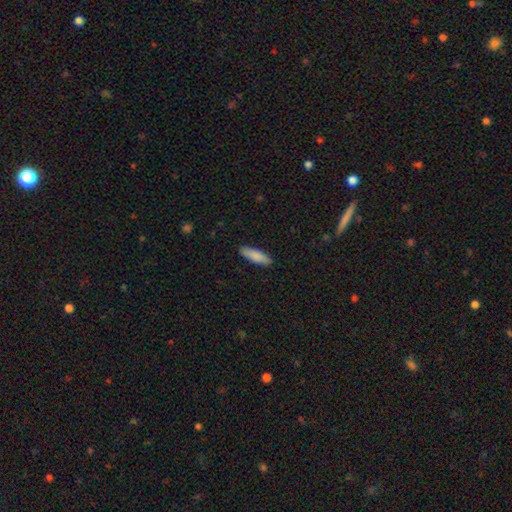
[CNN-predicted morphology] Smooth or featured: smooth — 86% (featured or disk — 9%)
How rounded: in between — 50% (cigar-shaped — 48%)
Merging: none — 88% (minor disturbance — 9%)